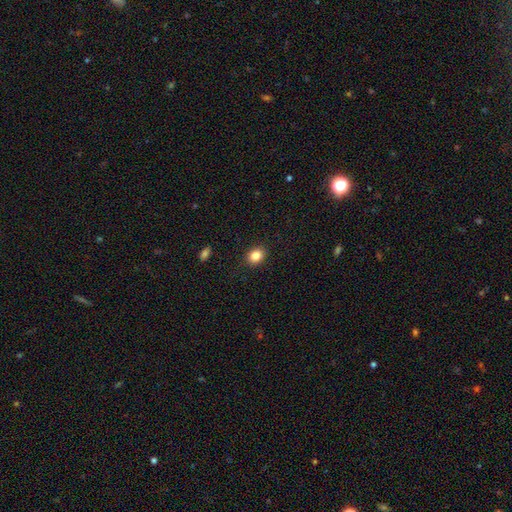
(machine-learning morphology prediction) smooth_or_featured: smooth (p=0.85) [alt: star or artifact p=0.10]
how_rounded: in between (p=0.51) [alt: round p=0.48]
merging: none (p=0.89) [alt: minor disturbance p=0.08]